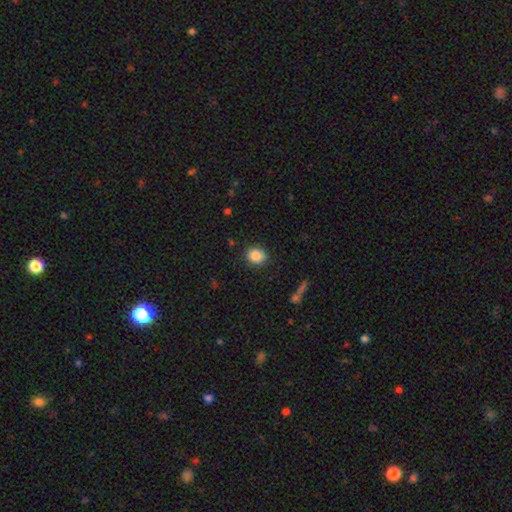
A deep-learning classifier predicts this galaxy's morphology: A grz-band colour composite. It shows a smooth galaxy with no disk features (87%) that is round (64%). Merging: none (87%).